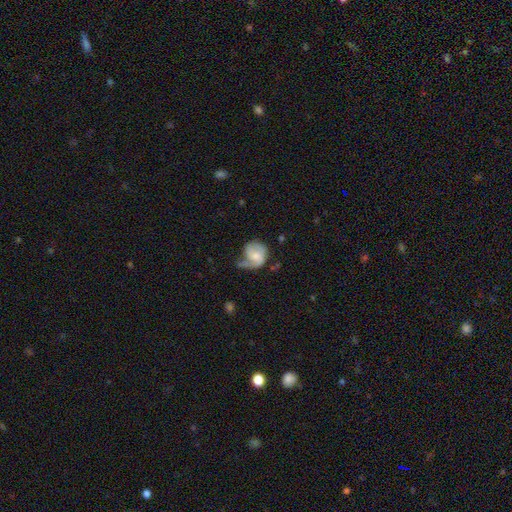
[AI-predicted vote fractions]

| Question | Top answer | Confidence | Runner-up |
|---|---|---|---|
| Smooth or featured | featured or disk | 53% | smooth (40%) |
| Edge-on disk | no | 97% | yes (3%) |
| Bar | no | 65% | weak (29%) |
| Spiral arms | yes | 79% | no (21%) |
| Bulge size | small | 42% | moderate (41%) |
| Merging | major disturbance | 33% | none (31%) |